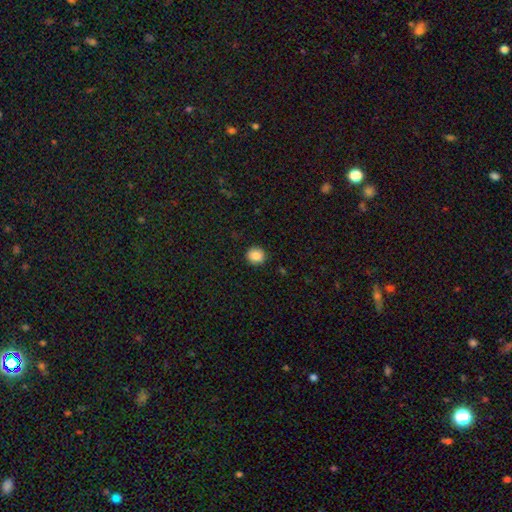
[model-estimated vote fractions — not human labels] A smooth galaxy with no disk features (87%) that is round (86%). Merging: none (91%).